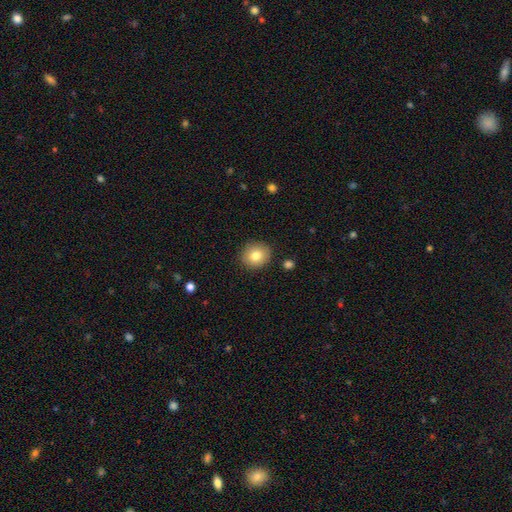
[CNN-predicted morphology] Smooth or featured: smooth — 81% (featured or disk — 10%)
How rounded: round — 80% (in between — 19%)
Merging: none — 89% (minor disturbance — 8%)